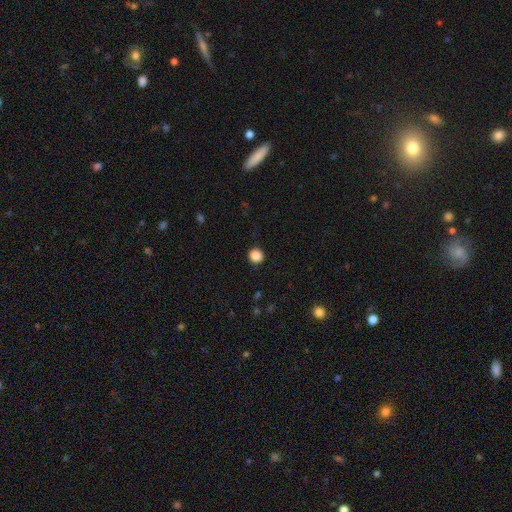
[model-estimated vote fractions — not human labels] Smooth or featured: smooth — 87% (star or artifact — 10%)
How rounded: round — 93% (in between — 6%)
Merging: none — 92% (minor disturbance — 5%)